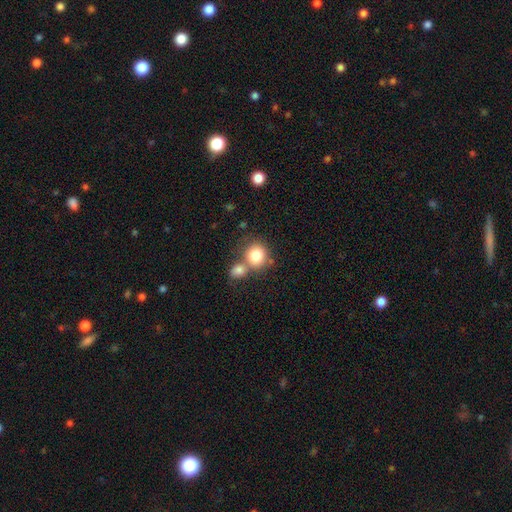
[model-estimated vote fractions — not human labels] Smooth or featured?
  - smooth: 82% *
  - featured or disk: 9%
  - star or artifact: 9%
How rounded?
  - round: 80% *
  - in between: 19%
  - cigar-shaped: 1%
Merging?
  - none: 44% *
  - merger: 42%
  - minor disturbance: 10%
  - major disturbance: 4%